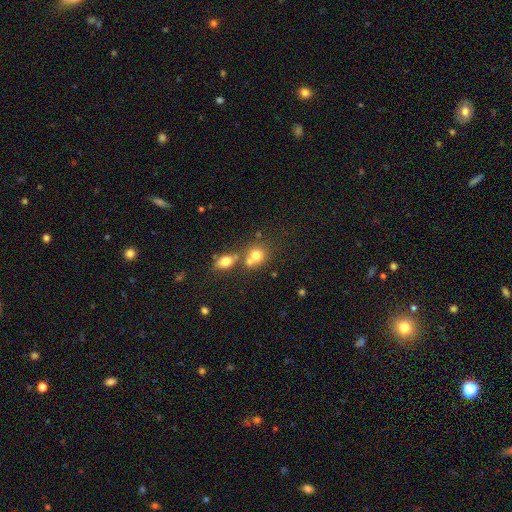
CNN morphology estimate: A smooth galaxy with no disk features (74%) that is round (73%).

Vote fractions:
- Smooth or featured? smooth: 74% / featured or disk: 14% / star or artifact: 13%
- How rounded? round: 73% / in between: 25% / cigar-shaped: 1%
- Merging? merger: 45% / none: 42% / minor disturbance: 9% / major disturbance: 4%